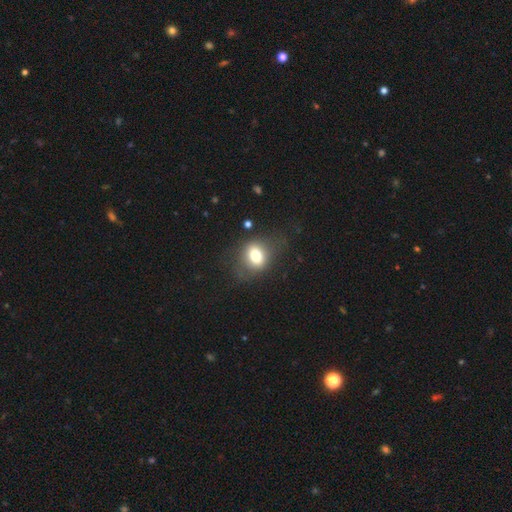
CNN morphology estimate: smooth-or-featured: smooth: 71% | featured or disk: 18% | star or artifact: 11%
  how-rounded: in between: 54% | round: 44% | cigar-shaped: 2%
  merging: none: 66% | minor disturbance: 19% | major disturbance: 13% | merger: 2%